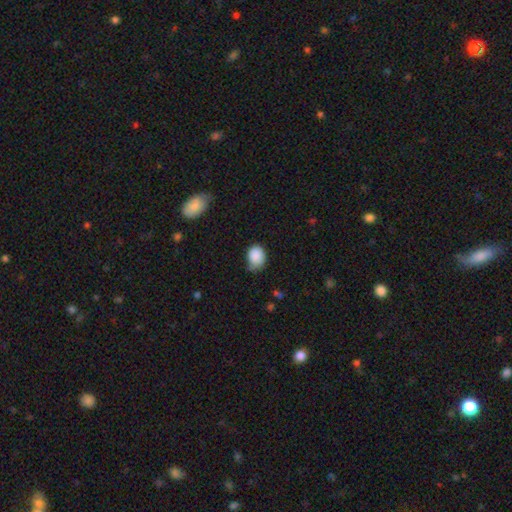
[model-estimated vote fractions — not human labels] Smooth or featured?
  - smooth: 87% *
  - star or artifact: 8%
  - featured or disk: 5%
How rounded?
  - in between: 51% *
  - round: 48%
  - cigar-shaped: 1%
Merging?
  - none: 48% *
  - minor disturbance: 39%
  - major disturbance: 9%
  - merger: 3%